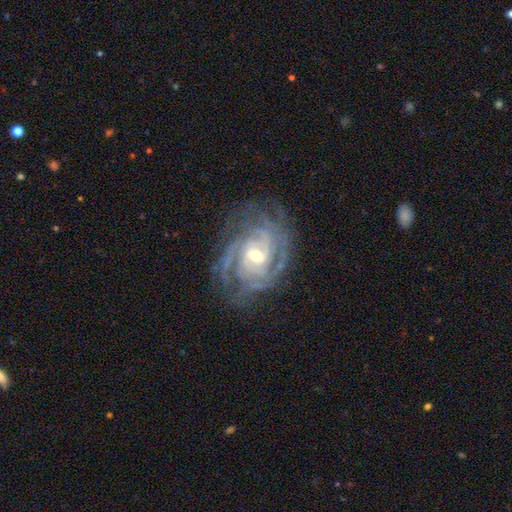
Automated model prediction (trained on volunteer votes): This appears to be a featured or disk galaxy (91%) with no bar (45%), can't tell (23%, tied with 3) tight (70%) spiral arms (98%) and a moderate central bulge (52%). Merging: none (72%).